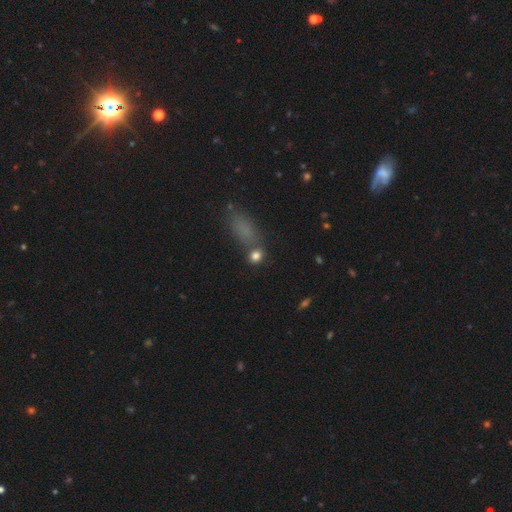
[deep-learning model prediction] Q: Smooth or featured?
A: smooth (79%); runner-up: star or artifact (14%)
Q: How rounded?
A: round (59%); runner-up: in between (37%)
Q: Merging?
A: none (61%); runner-up: merger (21%)